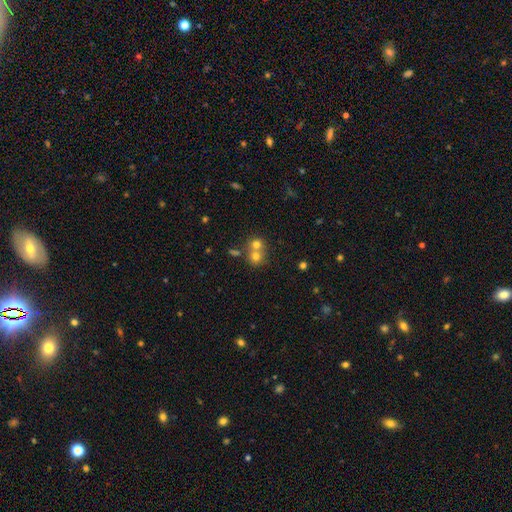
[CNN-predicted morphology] Q: Smooth or featured?
A: smooth (69%); runner-up: featured or disk (16%)
Q: How rounded?
A: round (82%); runner-up: in between (17%)
Q: Merging?
A: merger (56%); runner-up: none (37%)